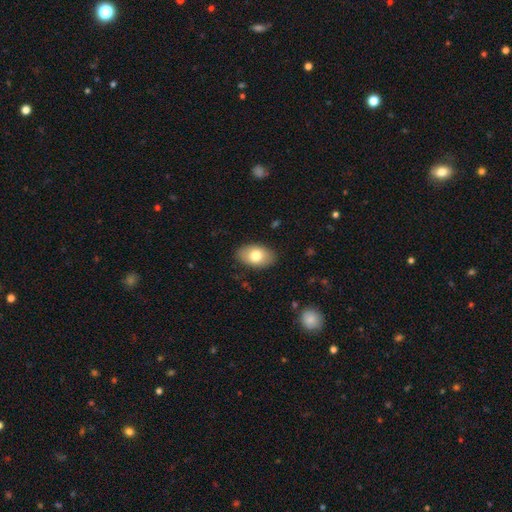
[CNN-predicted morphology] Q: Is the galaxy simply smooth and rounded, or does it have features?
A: smooth — 77%.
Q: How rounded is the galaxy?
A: in between — 91%.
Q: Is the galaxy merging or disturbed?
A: none — 87%.